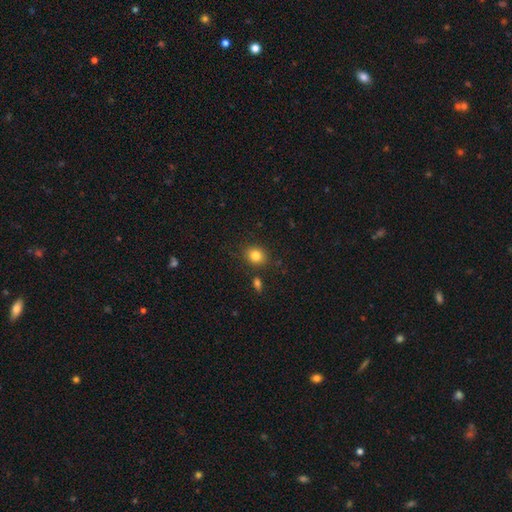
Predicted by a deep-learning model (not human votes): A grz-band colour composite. It shows a smooth galaxy with no disk features (82%) that is round (65%). Merging: none (83%).